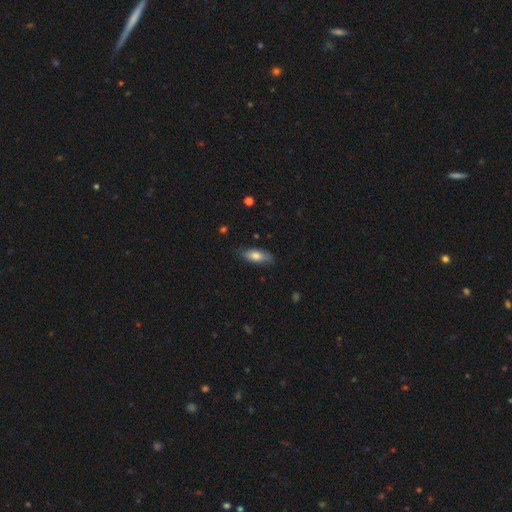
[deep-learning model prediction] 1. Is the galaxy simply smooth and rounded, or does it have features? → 76% smooth, 17% featured or disk, 6% star or artifact.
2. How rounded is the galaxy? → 74% in between, 24% cigar-shaped, 2% round.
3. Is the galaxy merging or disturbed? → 78% none, 18% minor disturbance, 3% major disturbance, 1% merger.